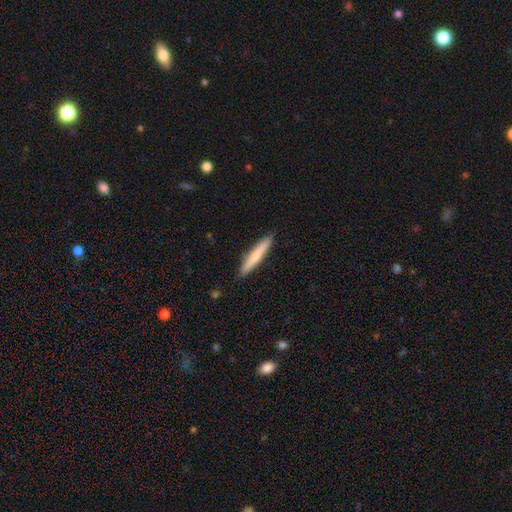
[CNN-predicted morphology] Q: Smooth or featured?
A: smooth (72%); runner-up: featured or disk (23%)
Q: How rounded?
A: cigar-shaped (94%); runner-up: in between (5%)
Q: Merging?
A: none (90%); runner-up: minor disturbance (8%)